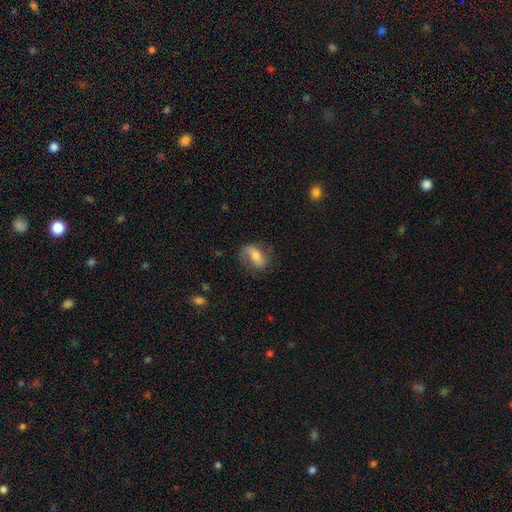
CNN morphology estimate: Q: Smooth or featured?
A: featured or disk (53%); runner-up: smooth (39%)
Q: Edge-on disk?
A: no (94%); runner-up: yes (6%)
Q: Merging?
A: none (61%); runner-up: minor disturbance (22%)